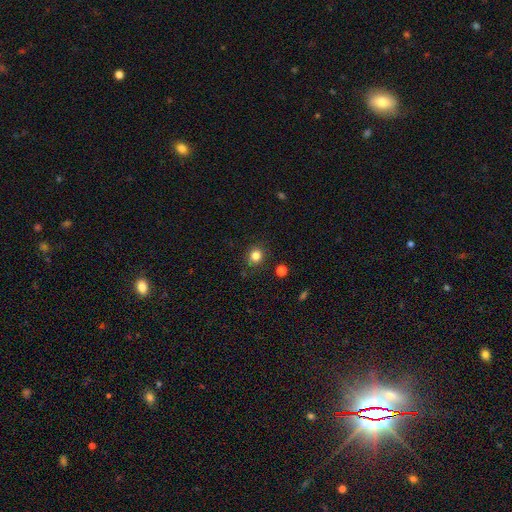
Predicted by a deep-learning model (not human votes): Smooth or featured? smooth (83%)
How rounded? round (82%)
Merging? none (88%)